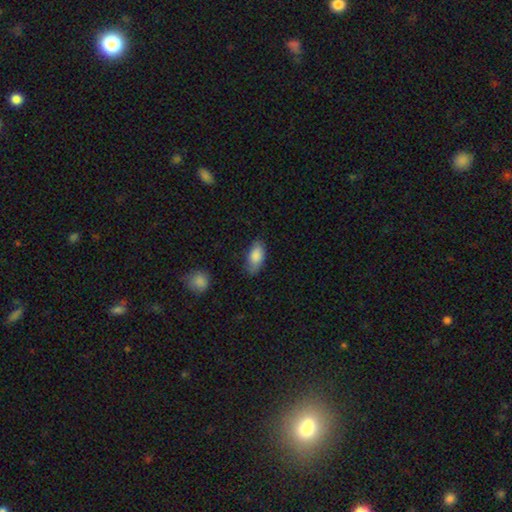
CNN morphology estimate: Smooth or featured? smooth (85%)
How rounded? in between (90%)
Merging? none (75%)